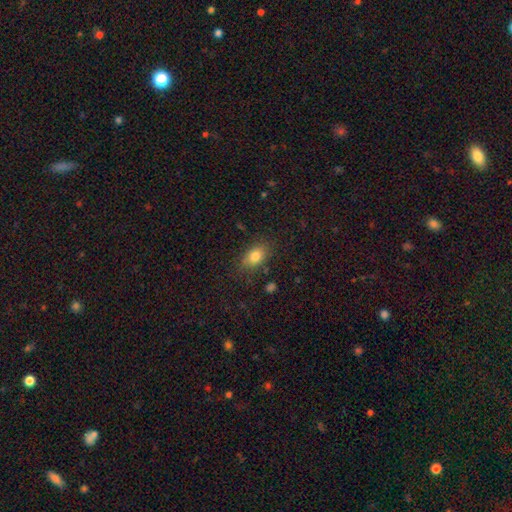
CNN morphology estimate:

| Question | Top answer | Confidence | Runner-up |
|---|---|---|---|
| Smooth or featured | smooth | 81% | star or artifact (10%) |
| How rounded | in between | 83% | round (14%) |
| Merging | none | 79% | minor disturbance (15%) |